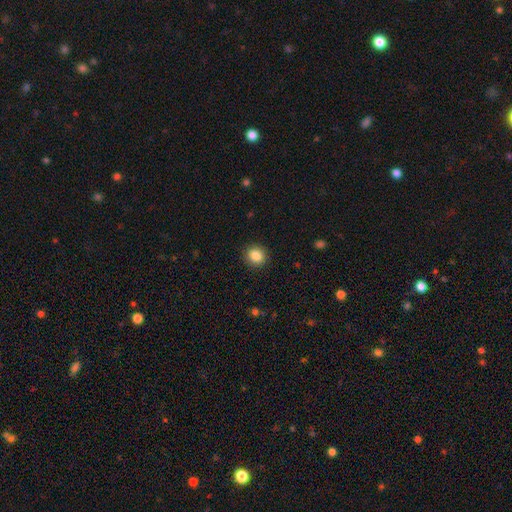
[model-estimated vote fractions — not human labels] A smooth galaxy with no disk features (86%) that is round (86%). Merging: none (91%).